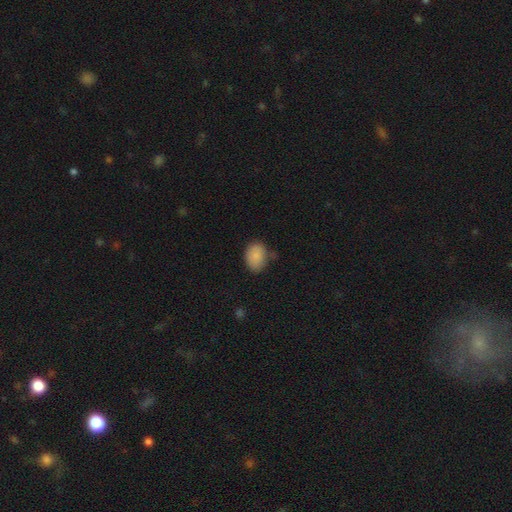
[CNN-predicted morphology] smooth-or-featured: smooth: 87% | star or artifact: 8% | featured or disk: 5%
  how-rounded: in between: 73% | round: 26% | cigar-shaped: 1%
  merging: none: 68% | minor disturbance: 24% | major disturbance: 5% | merger: 3%